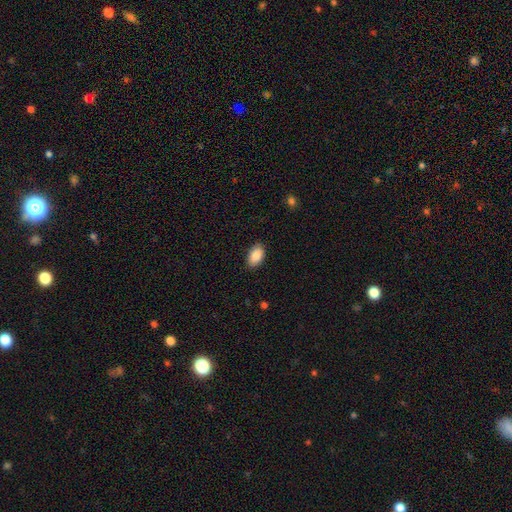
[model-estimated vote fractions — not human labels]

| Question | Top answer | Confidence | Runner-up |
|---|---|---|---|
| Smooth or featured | smooth | 87% | star or artifact (7%) |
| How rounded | in between | 92% | round (6%) |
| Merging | none | 86% | minor disturbance (11%) |